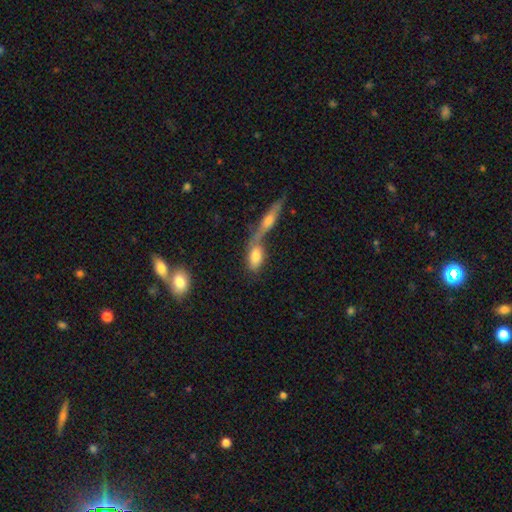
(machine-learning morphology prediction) Q: Smooth or featured?
A: smooth (71%); runner-up: featured or disk (20%)
Q: How rounded?
A: in between (80%); runner-up: cigar-shaped (15%)
Q: Merging?
A: merger (49%); runner-up: none (36%)